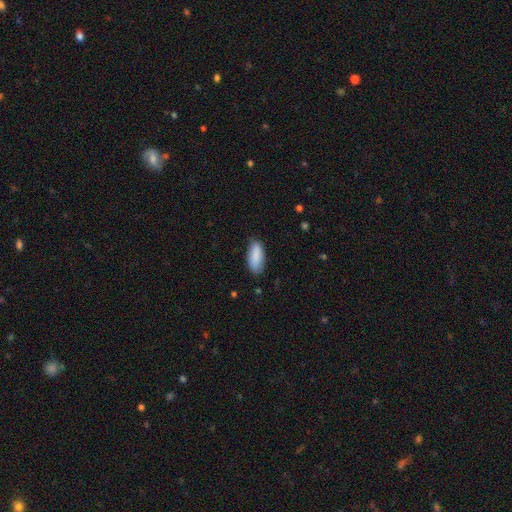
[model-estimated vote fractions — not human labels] Smooth or featured? smooth (89%)
How rounded? in between (84%)
Merging? none (81%)